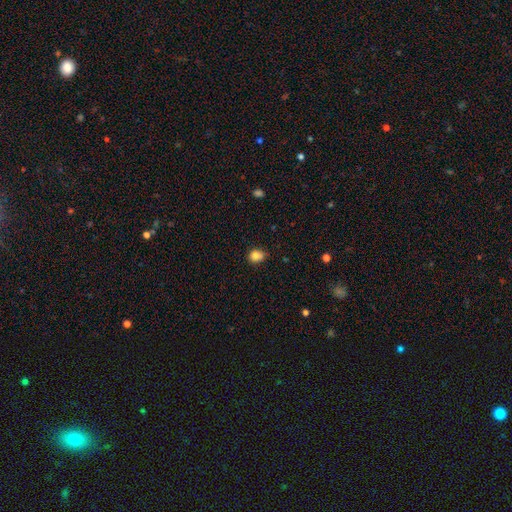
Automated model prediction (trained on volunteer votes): Q: Smooth or featured?
A: smooth (83%); runner-up: star or artifact (11%)
Q: How rounded?
A: round (61%); runner-up: in between (38%)
Q: Merging?
A: none (70%); runner-up: minor disturbance (24%)